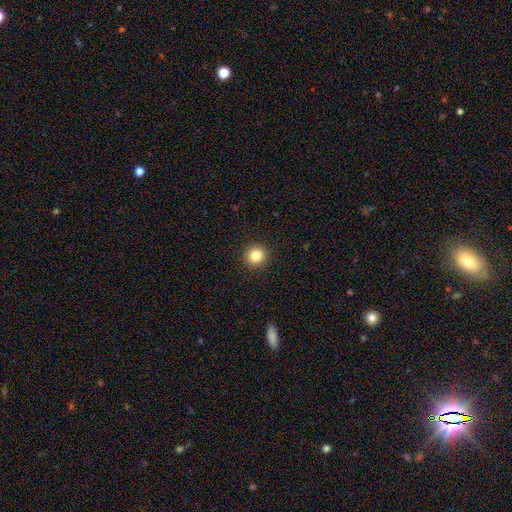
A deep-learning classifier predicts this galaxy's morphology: type=smooth (84%); roundness=round (94%); merging=none (93%).